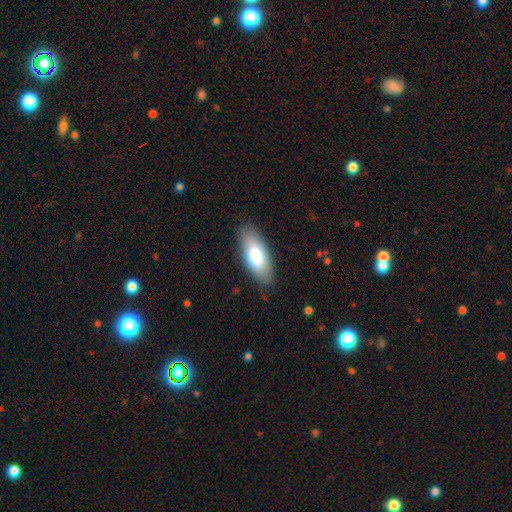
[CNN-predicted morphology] This is likely a smooth galaxy (79%). How rounded: clearly in between (81%). Merging: clearly none (85%).